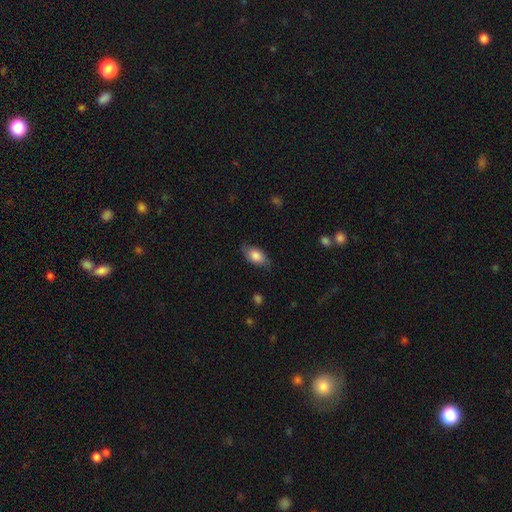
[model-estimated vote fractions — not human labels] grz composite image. It shows a smooth galaxy with no disk features (79%) that is in between round and cigar-shaped (91%). Merging: none (76%).